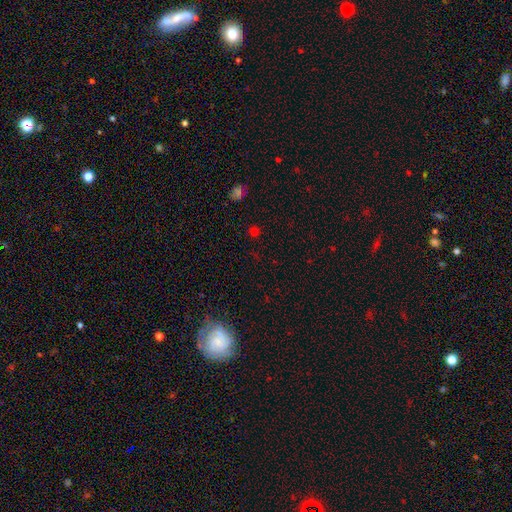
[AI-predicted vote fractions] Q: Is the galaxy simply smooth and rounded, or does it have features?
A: star or artifact — 58%.